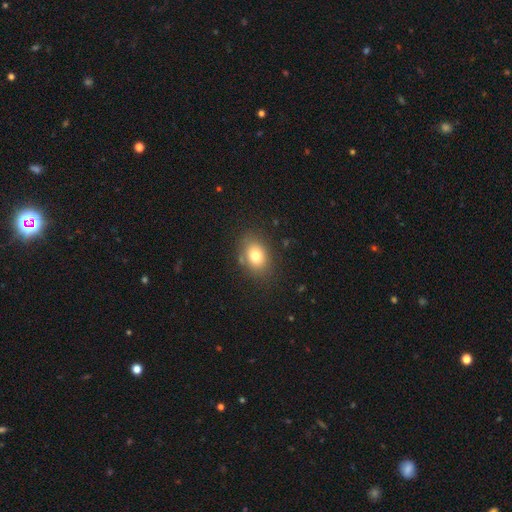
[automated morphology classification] Q: Smooth or featured?
A: smooth (78%); runner-up: featured or disk (11%)
Q: How rounded?
A: in between (68%); runner-up: round (31%)
Q: Merging?
A: none (82%); runner-up: minor disturbance (12%)